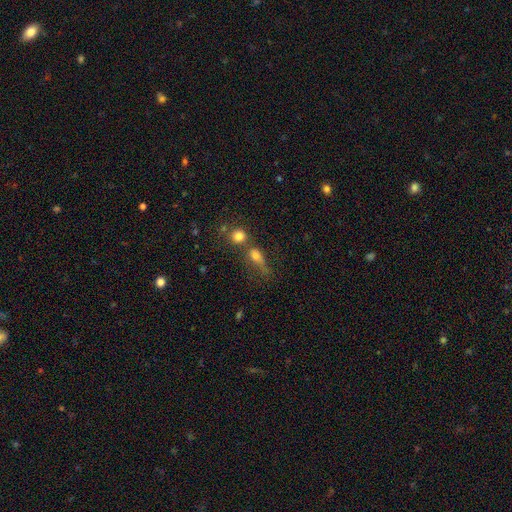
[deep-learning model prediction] Overall: smooth (68%). How rounded: in between (48%; round 38%). Merging: merger (34%; none 32%).